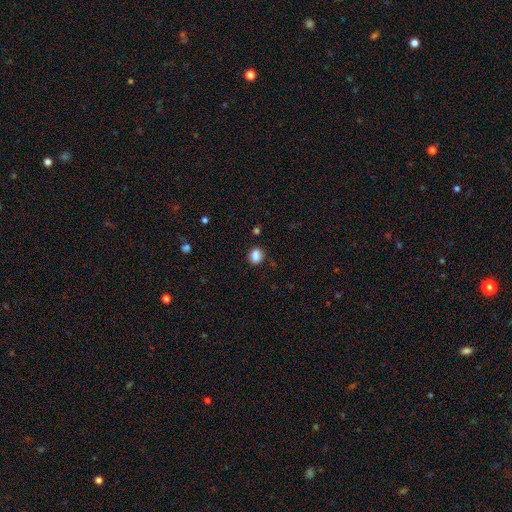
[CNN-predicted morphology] Overall: smooth (86%). How rounded: round (51%; in between 48%). Merging: none (80%).